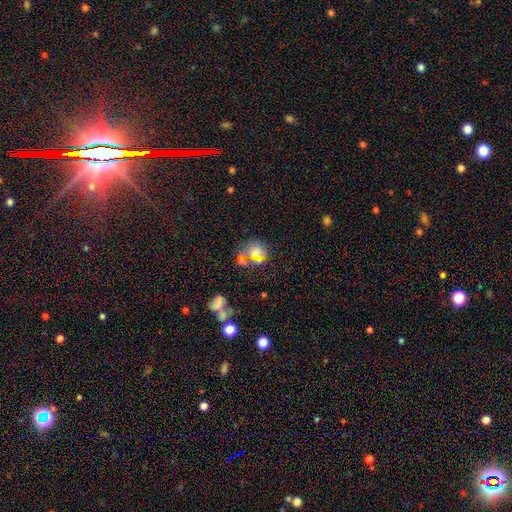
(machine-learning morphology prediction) Smooth or featured? Predicted: smooth (p=0.59). How rounded? Predicted: round (p=0.68). Merging? Predicted: none (p=0.43).